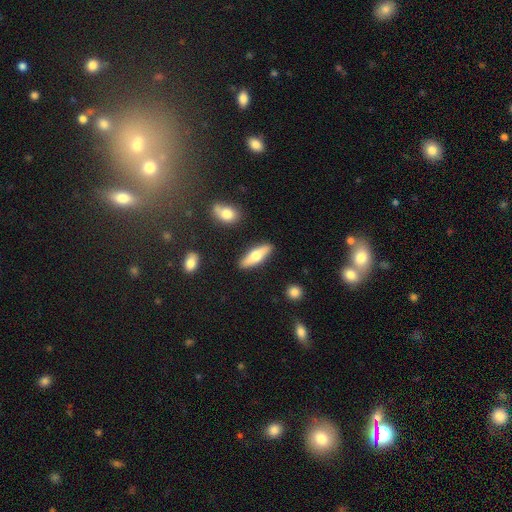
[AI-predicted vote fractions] A smooth galaxy with no disk features (55%) that is cigar-shaped (58%). Merging: none (87%).